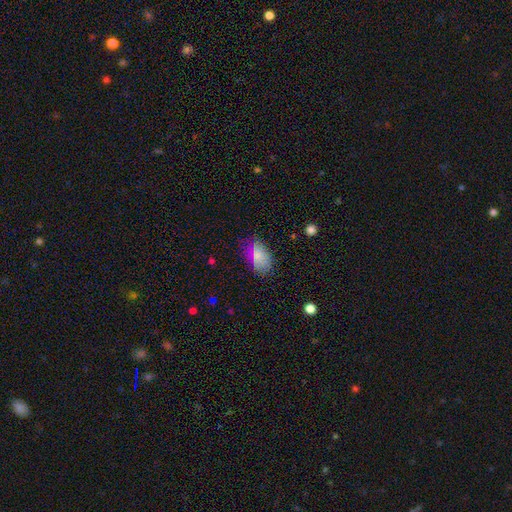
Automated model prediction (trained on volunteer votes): smooth 78%, star or artifact 12%, featured or disk 10%. Down the decision tree: how rounded — in between (91%); merging — none (68%).